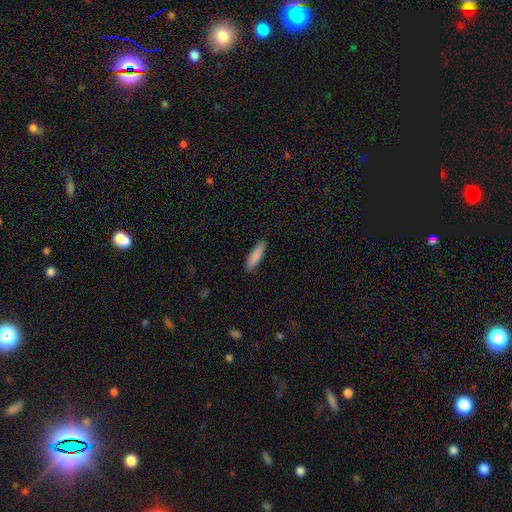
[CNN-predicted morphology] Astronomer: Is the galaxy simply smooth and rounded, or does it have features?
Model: smooth — 86%.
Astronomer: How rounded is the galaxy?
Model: cigar-shaped — 70%.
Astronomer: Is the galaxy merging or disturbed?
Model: none — 87%.